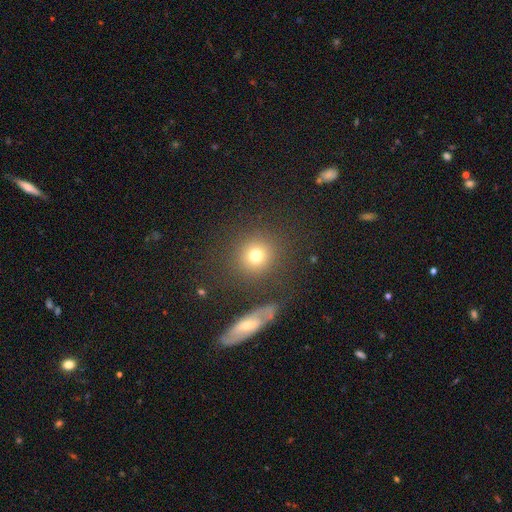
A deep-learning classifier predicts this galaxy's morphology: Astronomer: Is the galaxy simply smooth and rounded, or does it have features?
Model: smooth — 76%.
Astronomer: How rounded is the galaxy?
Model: round — 87%.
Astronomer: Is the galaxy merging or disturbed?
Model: none — 81%.